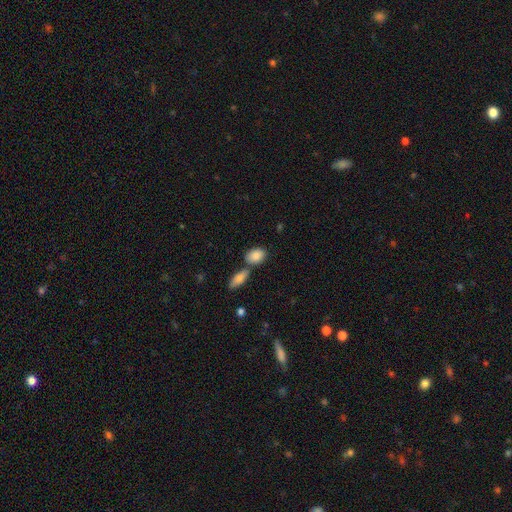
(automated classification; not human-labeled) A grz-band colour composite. It shows a smooth galaxy with no disk features (85%) that is in between round and cigar-shaped (81%). Merging: none (57%).